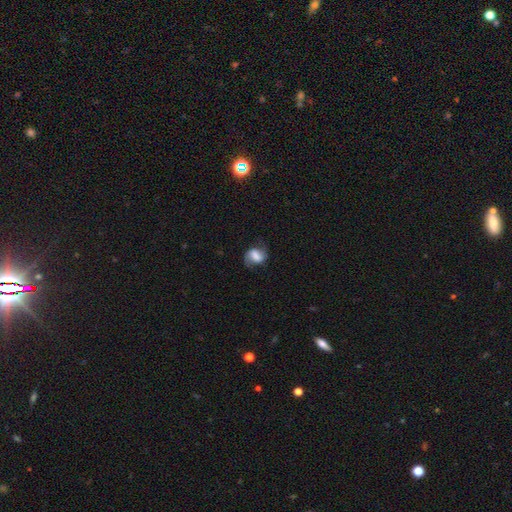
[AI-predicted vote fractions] This appears to be a featured or disk galaxy (54%) with a weak bar (39%), spiral arms (86%) and a large central bulge (28%). Merging: none (68%).